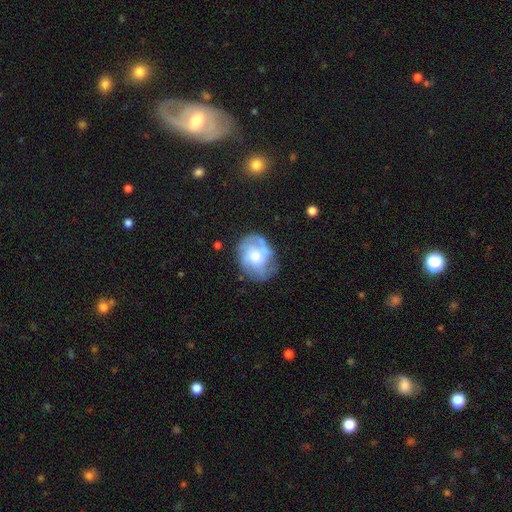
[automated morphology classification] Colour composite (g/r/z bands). It shows a featured or disk galaxy (62%) with no bar (74%), spiral arms (77%) and a moderate central bulge (58%). Merging: none (63%).